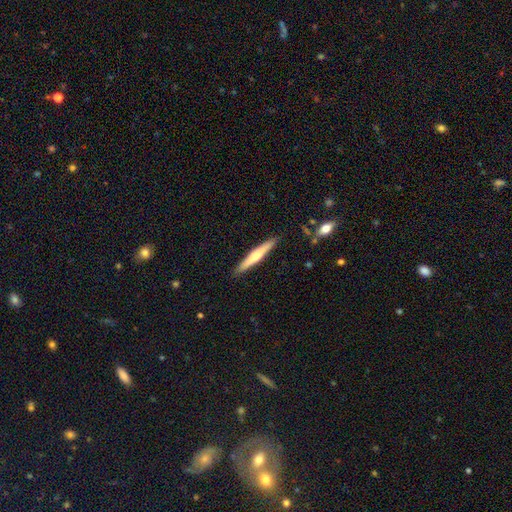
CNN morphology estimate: Smooth or featured? featured or disk (49%)
Merging? none (90%)